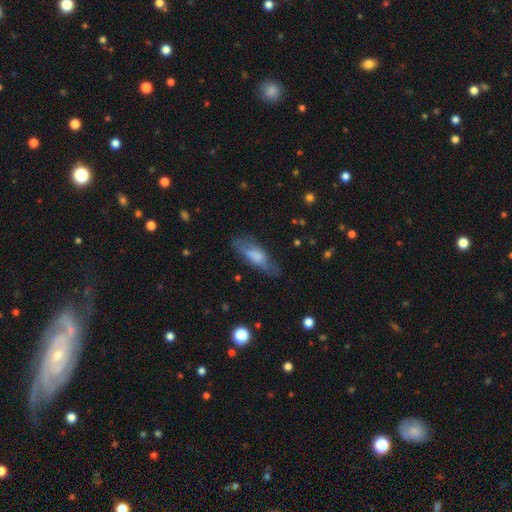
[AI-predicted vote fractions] A smooth galaxy with no disk features (60%) that is in between round and cigar-shaped (56%). Merging: none (68%).